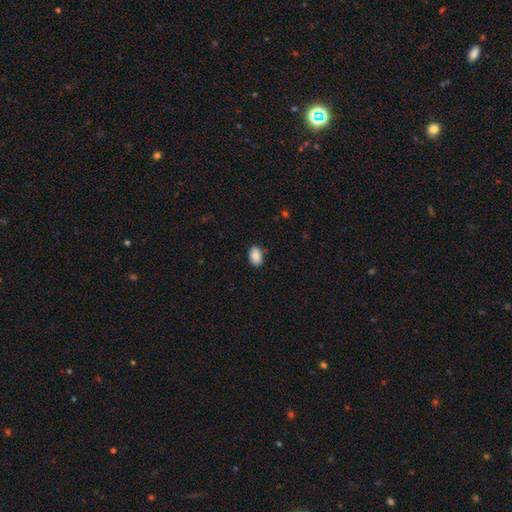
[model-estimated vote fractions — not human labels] A smooth galaxy with no disk features (89%) that is in between round and cigar-shaped (90%).

Vote fractions:
- Smooth or featured? smooth: 89% / star or artifact: 7% / featured or disk: 4%
- How rounded? in between: 90% / round: 9% / cigar-shaped: 1%
- Merging? none: 88% / minor disturbance: 9% / major disturbance: 2% / merger: 1%